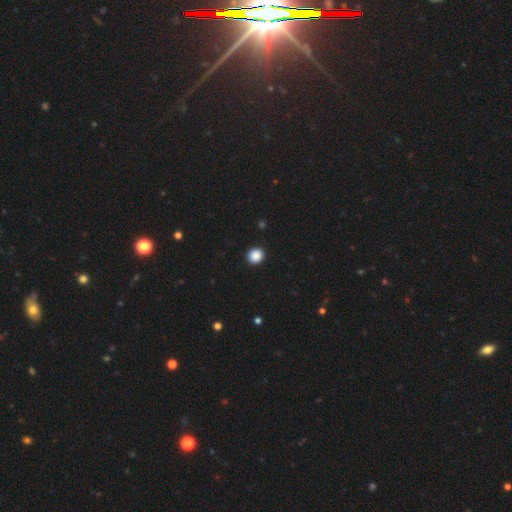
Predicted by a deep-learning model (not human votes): A smooth galaxy with no disk features (88%) that is round (83%). Merging: none (93%).